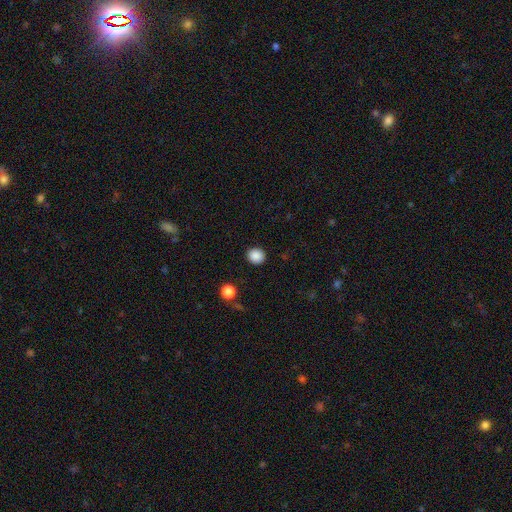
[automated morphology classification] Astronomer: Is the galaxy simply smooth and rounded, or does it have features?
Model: smooth — 88%.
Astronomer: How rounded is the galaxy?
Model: round — 85%.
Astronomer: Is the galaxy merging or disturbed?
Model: none — 91%.